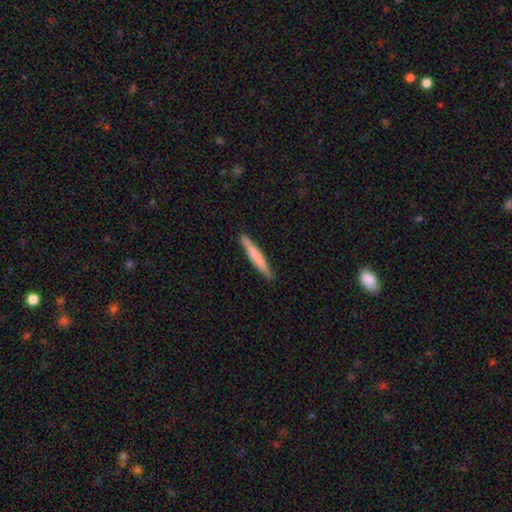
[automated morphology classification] type=smooth (71%); roundness=cigar-shaped (95%); merging=none (89%).